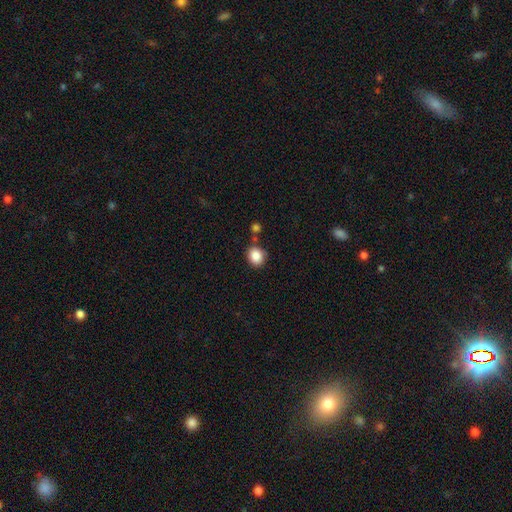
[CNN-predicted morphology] The model was most divided on "how rounded": round: 70%, in between: 29%, cigar-shaped: 1%. More confident: smooth or featured — smooth (86%); merging — none (75%).